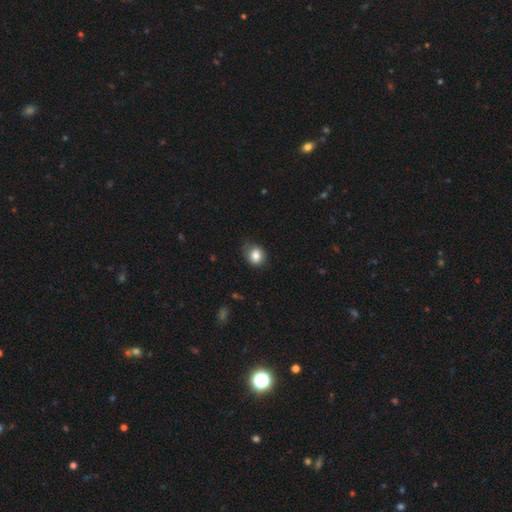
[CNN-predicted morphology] Smooth or featured? Predicted: smooth (p=0.83). How rounded? Predicted: round (p=0.73). Merging? Predicted: none (p=0.71).